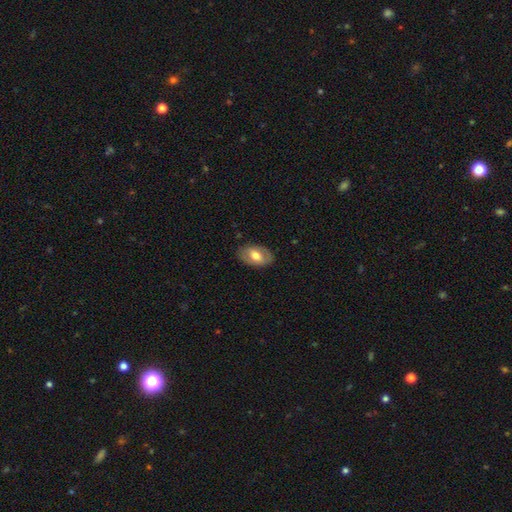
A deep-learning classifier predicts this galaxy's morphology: Overall: smooth (61%; featured or disk 32%). How rounded: in between (90%). Merging: none (83%).